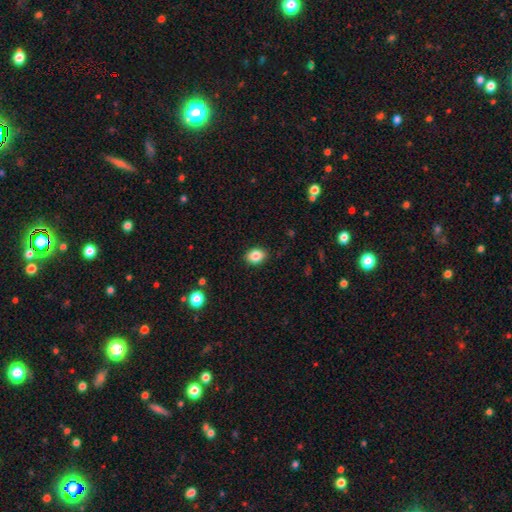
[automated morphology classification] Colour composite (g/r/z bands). It shows a smooth galaxy with no disk features (85%) that is in between round and cigar-shaped (67%). Merging: none (88%).